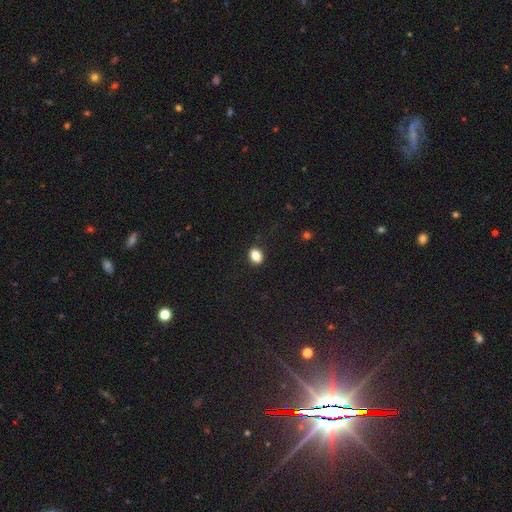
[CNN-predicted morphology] Overall: smooth (85%). How rounded: in between (72%). Merging: none (85%).